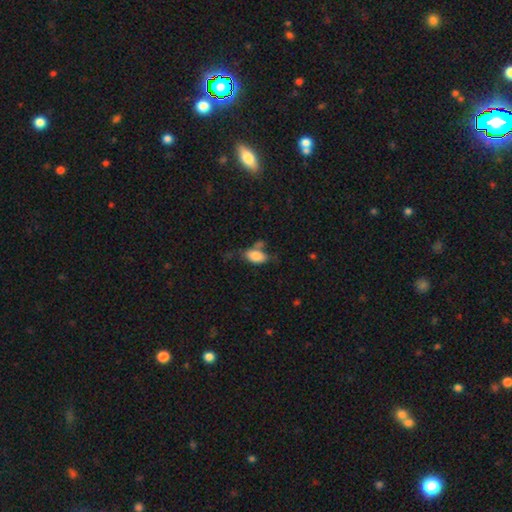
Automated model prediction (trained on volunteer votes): This is likely a smooth galaxy (80%). How rounded: clearly in between (91%). Merging: possibly none (46%).